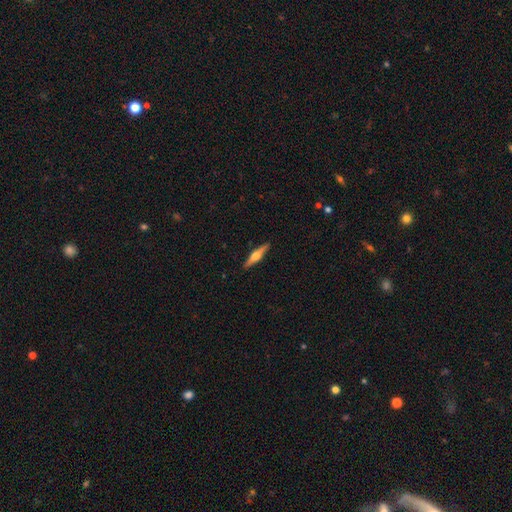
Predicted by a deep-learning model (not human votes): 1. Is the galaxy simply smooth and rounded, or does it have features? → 66% featured or disk, 29% smooth, 5% star or artifact.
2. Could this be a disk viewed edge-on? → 97% yes, 3% no.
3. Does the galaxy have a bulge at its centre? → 94% rounded, 3% boxy, 2% none.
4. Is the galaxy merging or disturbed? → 91% none, 7% minor disturbance, 1% major disturbance, 1% merger.